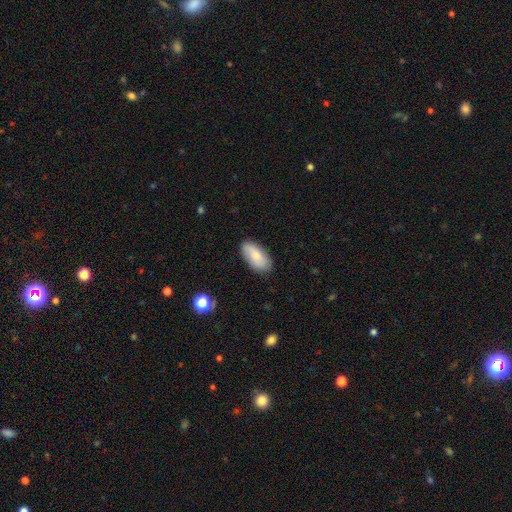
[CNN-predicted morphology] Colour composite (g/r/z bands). It shows a smooth galaxy with no disk features (76%) that is in between round and cigar-shaped (93%). Merging: none (83%).